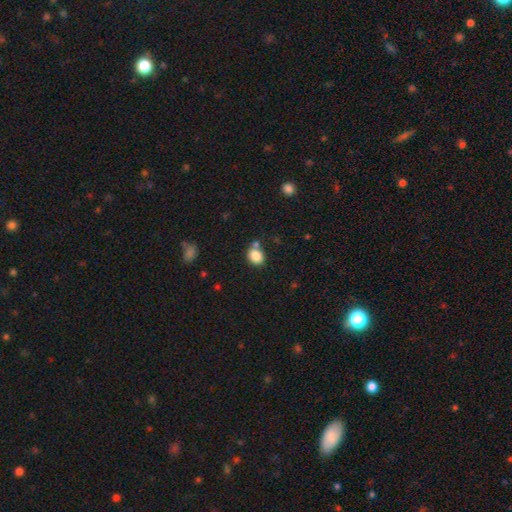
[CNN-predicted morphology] smooth-or-featured: smooth: 85% | star or artifact: 10% | featured or disk: 5%
  how-rounded: round: 50% | in between: 49% | cigar-shaped: 1%
  merging: none: 63% | merger: 20% | minor disturbance: 13% | major disturbance: 4%